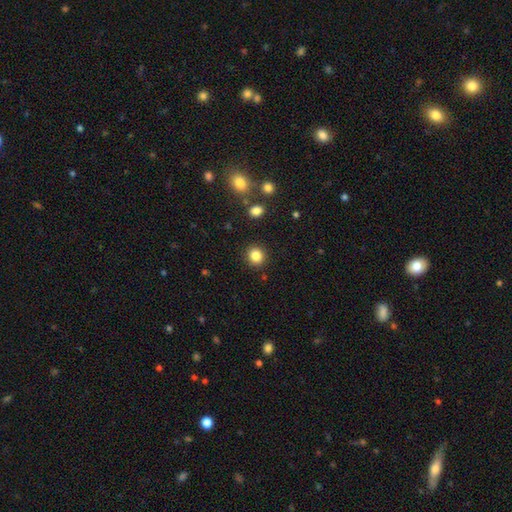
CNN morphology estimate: Smooth or featured? Predicted: smooth (p=0.85). How rounded? Predicted: round (p=0.87). Merging? Predicted: none (p=0.90).